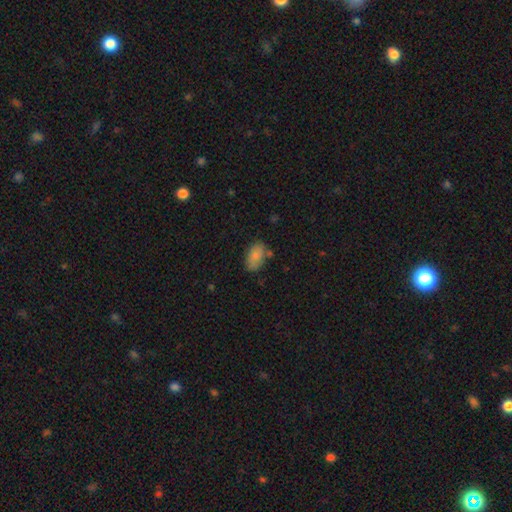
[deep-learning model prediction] This is clearly a smooth galaxy (84%). How rounded: clearly in between (91%). Merging: likely none (66%).